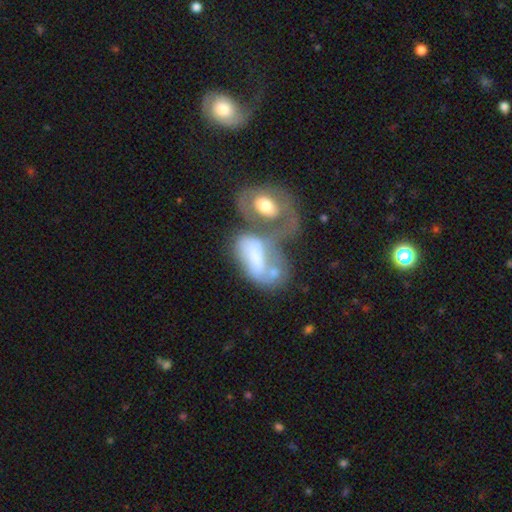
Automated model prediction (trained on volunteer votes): Morphology: type=smooth (46%); merging=merger (62%).